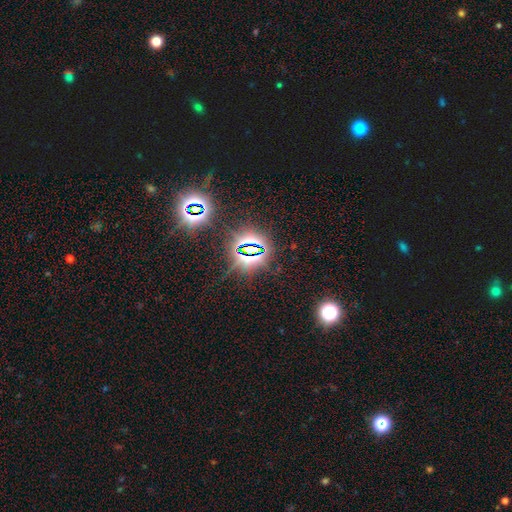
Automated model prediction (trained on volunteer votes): Q: Smooth or featured?
A: star or artifact (80%); runner-up: smooth (11%)